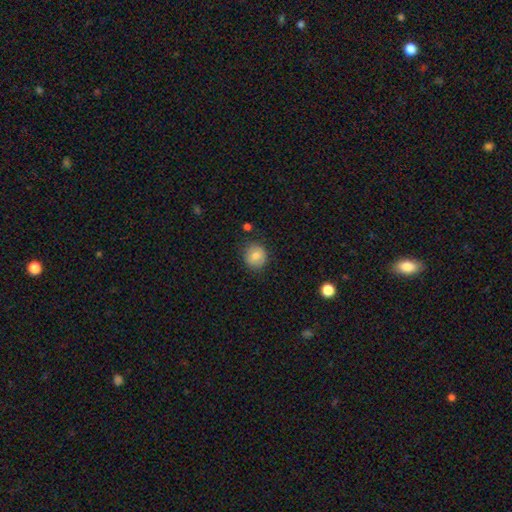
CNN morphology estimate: Q: Smooth or featured?
A: smooth (78%); runner-up: featured or disk (13%)
Q: How rounded?
A: round (84%); runner-up: in between (15%)
Q: Merging?
A: none (79%); runner-up: minor disturbance (15%)